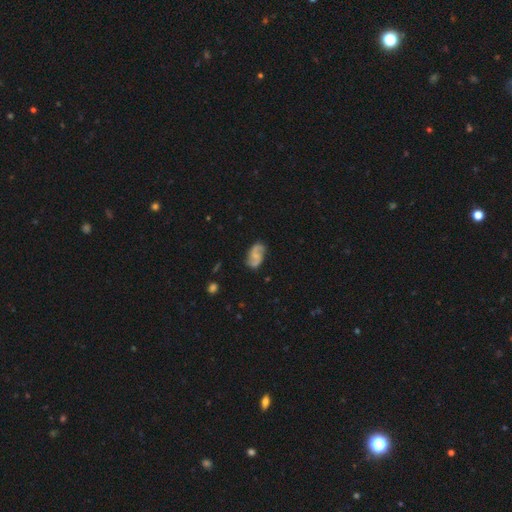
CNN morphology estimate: Smooth or featured? featured or disk (78%)
Edge-on disk? no (97%)
Bar? no (50%)
Spiral arms? yes (95%)
Spiral winding? medium (43%, tied with loose)
Spiral arm count? 2 (91%)
Bulge size? small (44%)
Merging? none (78%)